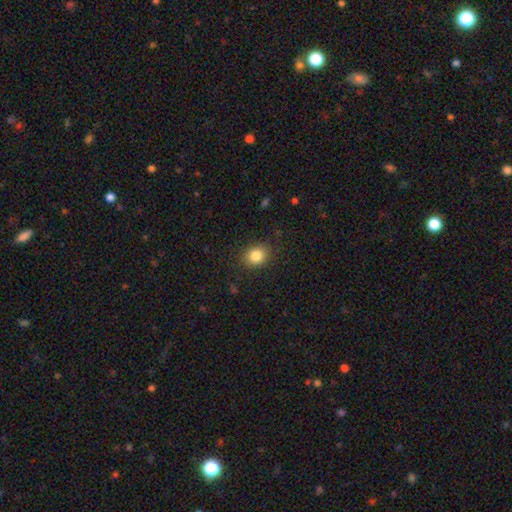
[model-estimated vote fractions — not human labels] Q: Smooth or featured?
A: smooth (84%); runner-up: star or artifact (10%)
Q: How rounded?
A: round (62%); runner-up: in between (37%)
Q: Merging?
A: none (87%); runner-up: minor disturbance (9%)